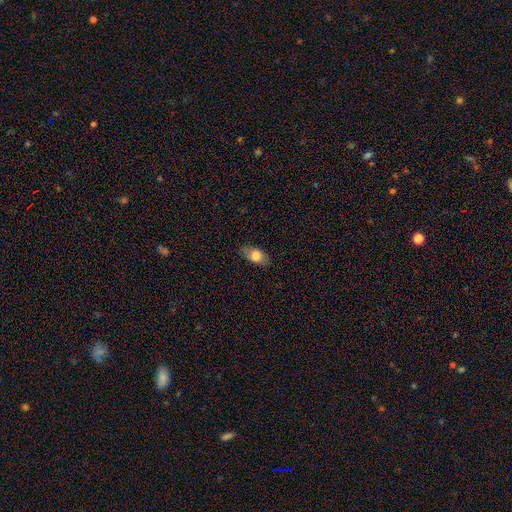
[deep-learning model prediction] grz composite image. It shows a smooth galaxy with no disk features (76%) that is in between round and cigar-shaped (88%). Merging: none (82%).